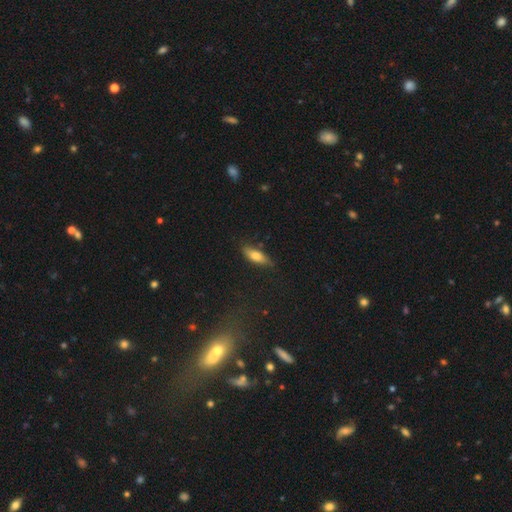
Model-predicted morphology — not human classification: A smooth galaxy with no disk features (73%) that is in between round and cigar-shaped (57%). Merging: none (78%).